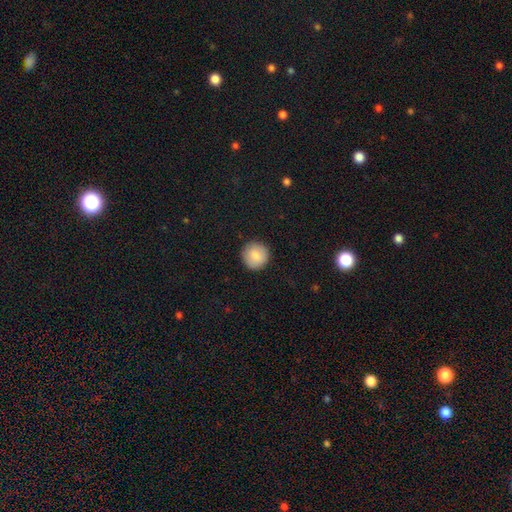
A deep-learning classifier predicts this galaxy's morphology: smooth 87%, star or artifact 7%, featured or disk 6%. Down the decision tree: how rounded — round (94%); merging — none (91%).